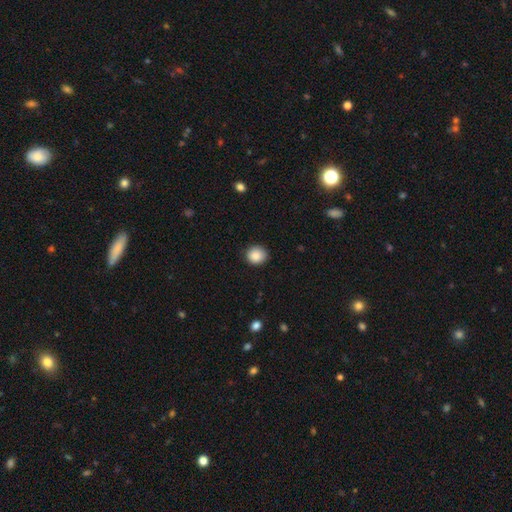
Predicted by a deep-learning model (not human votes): This is clearly a smooth galaxy (88%). How rounded: clearly round (84%). Merging: clearly none (88%).